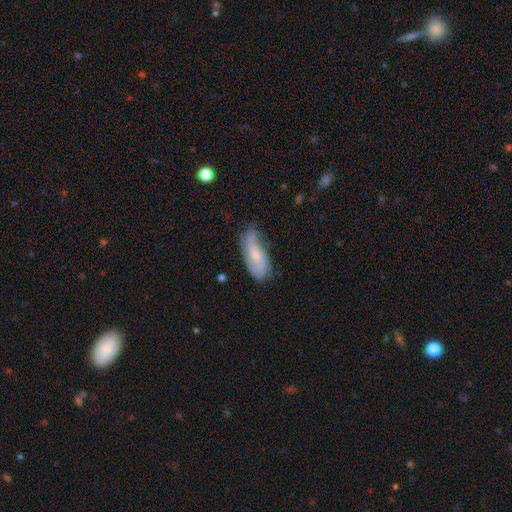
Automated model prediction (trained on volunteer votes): smooth_or_featured: featured or disk (p=0.57) [alt: smooth p=0.36]
disk_edge_on: no (p=0.87) [alt: yes p=0.13]
merging: none (p=0.60) [alt: minor disturbance p=0.28]